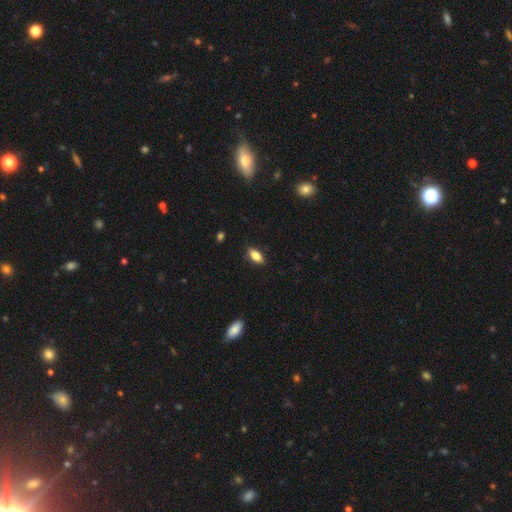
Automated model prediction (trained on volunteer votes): Smooth or featured?
  - smooth: 78% *
  - featured or disk: 14%
  - star or artifact: 8%
How rounded?
  - in between: 83% *
  - cigar-shaped: 14%
  - round: 3%
Merging?
  - none: 88% *
  - minor disturbance: 9%
  - major disturbance: 2%
  - merger: 1%